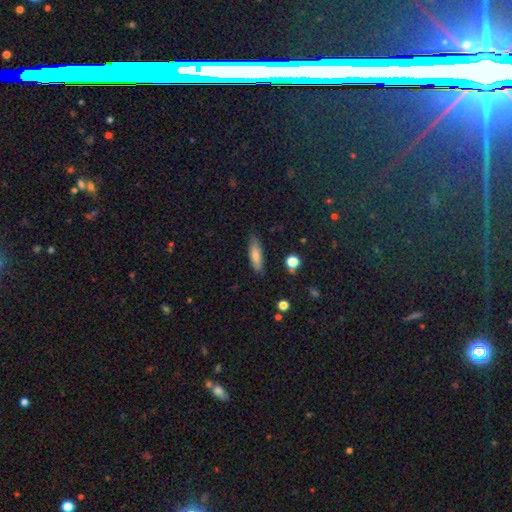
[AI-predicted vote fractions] Smooth or featured?
  - smooth: 76% *
  - featured or disk: 16%
  - star or artifact: 8%
How rounded?
  - cigar-shaped: 53% *
  - in between: 45%
  - round: 2%
Merging?
  - none: 80% *
  - minor disturbance: 15%
  - major disturbance: 3%
  - merger: 2%